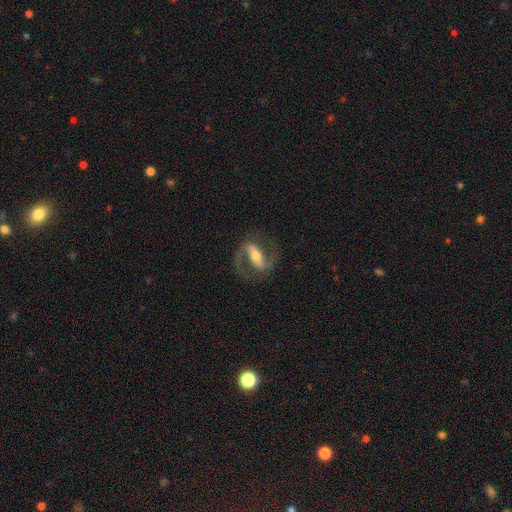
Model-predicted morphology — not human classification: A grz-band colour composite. It shows a featured or disk galaxy (87%) with a strong bar (69%), 2 (92%) medium (58%) spiral arms (93%) and a moderate central bulge (61%). Merging: none (80%).